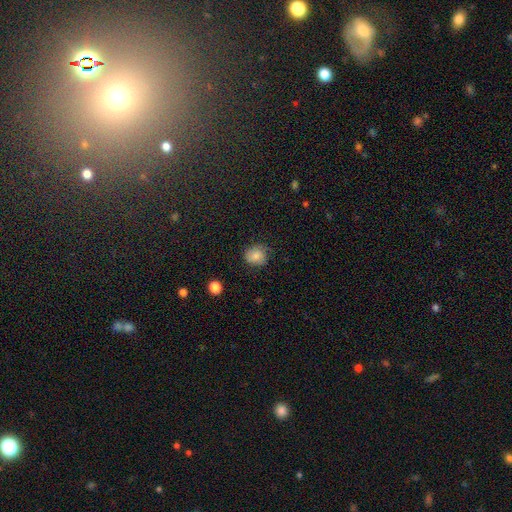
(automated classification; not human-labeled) Overall: smooth (73%). How rounded: round (69%; in between 30%). Merging: none (64%; minor disturbance 26%).